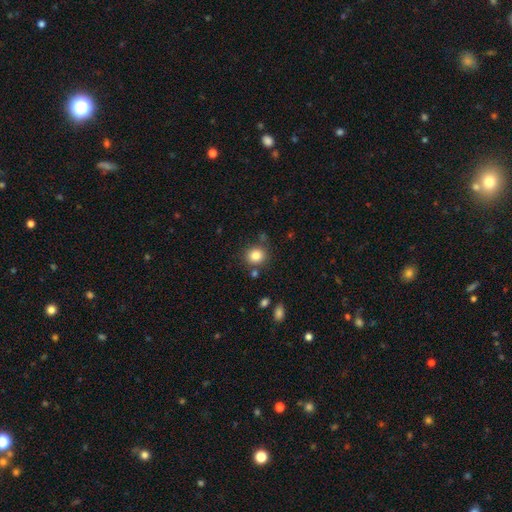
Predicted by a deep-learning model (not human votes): Smooth or featured?
  - smooth: 83% *
  - star or artifact: 11%
  - featured or disk: 6%
How rounded?
  - round: 83% *
  - in between: 16%
  - cigar-shaped: 1%
Merging?
  - none: 80% *
  - minor disturbance: 10%
  - merger: 6%
  - major disturbance: 4%